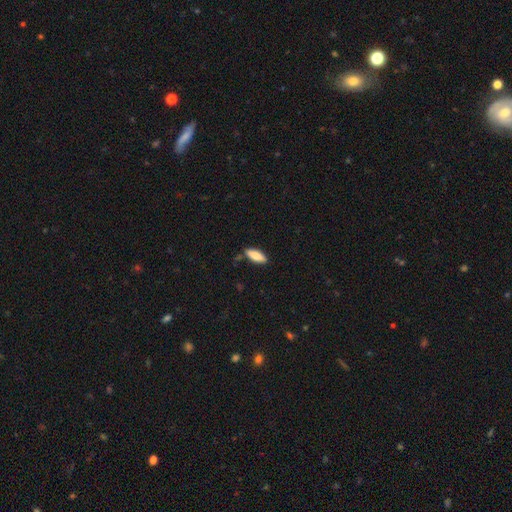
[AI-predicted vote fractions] Smooth or featured?
  - smooth: 77% *
  - featured or disk: 16%
  - star or artifact: 6%
How rounded?
  - in between: 65% *
  - cigar-shaped: 33%
  - round: 2%
Merging?
  - none: 82% *
  - minor disturbance: 12%
  - merger: 3%
  - major disturbance: 2%